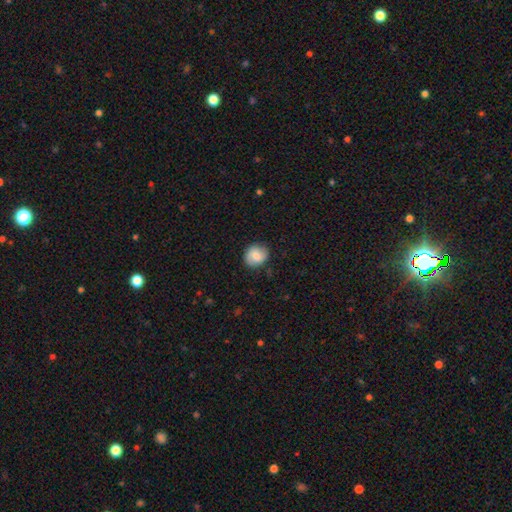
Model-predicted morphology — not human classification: Smooth or featured? smooth (72%)
How rounded? round (78%)
Merging? none (84%)